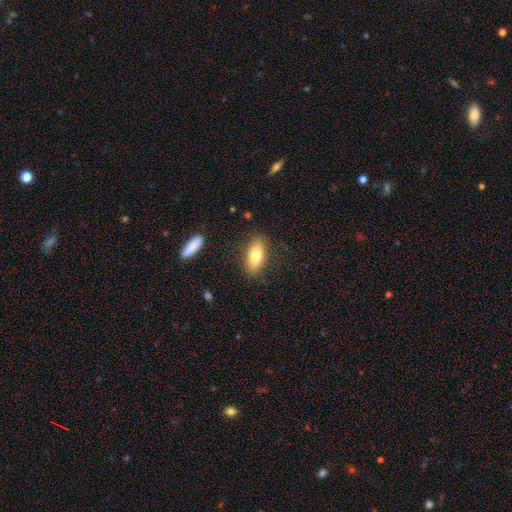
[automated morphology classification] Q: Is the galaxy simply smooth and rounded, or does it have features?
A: smooth — 76%.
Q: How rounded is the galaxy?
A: in between — 83%.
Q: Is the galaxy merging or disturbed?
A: none — 85%.